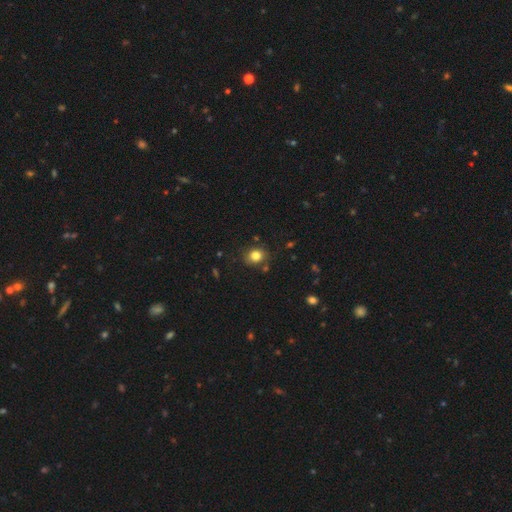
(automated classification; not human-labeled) A smooth galaxy with no disk features (81%) that is round (63%). Merging: none (79%).